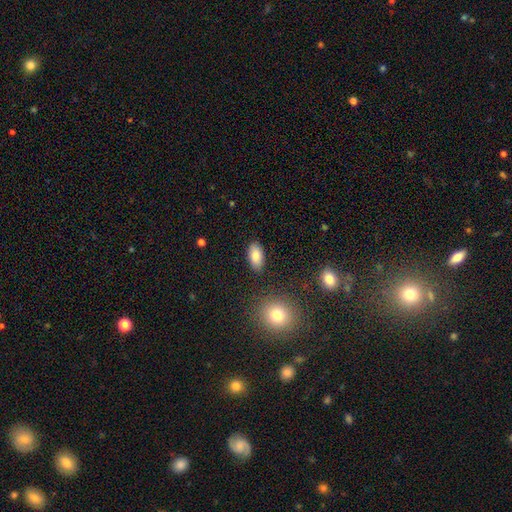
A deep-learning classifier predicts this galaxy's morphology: A smooth galaxy with no disk features (85%) that is in between round and cigar-shaped (93%). Merging: none (87%).